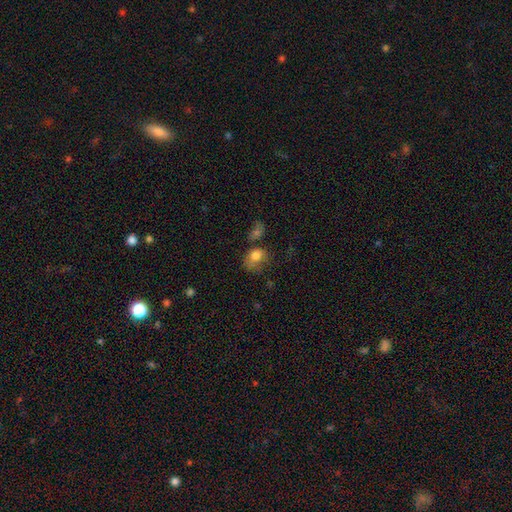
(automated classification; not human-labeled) Overall: smooth (76%). How rounded: in between (52%; round 46%). Merging: none (30%; major disturbance 26%).